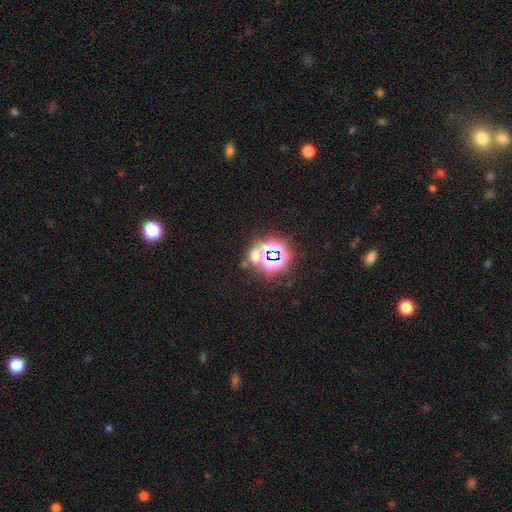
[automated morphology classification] Smooth or featured? Predicted: star or artifact (p=0.61).